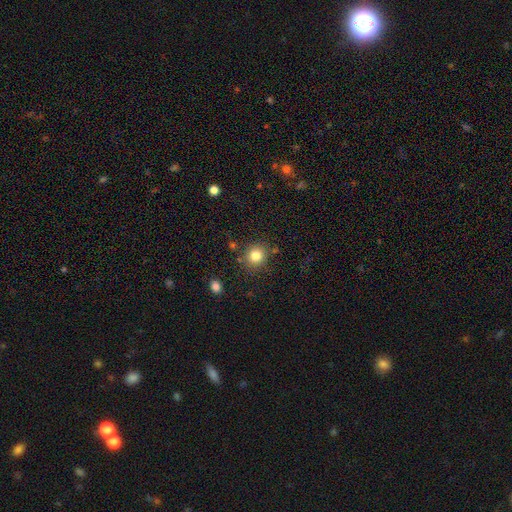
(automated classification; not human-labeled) This appears to be a smooth galaxy with no disk features (82%) that is round (88%). Merging: none (84%).